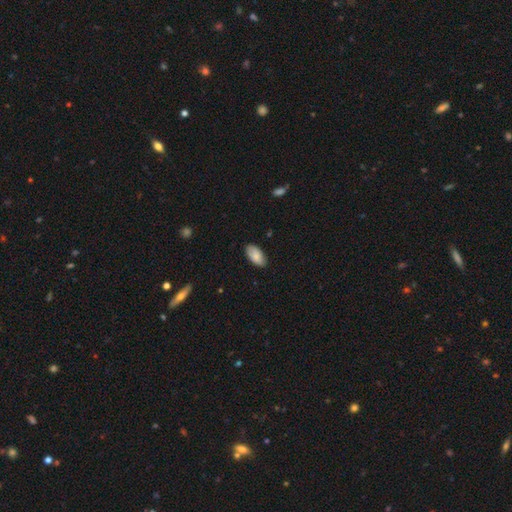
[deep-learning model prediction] Smooth or featured?
  - smooth: 85% *
  - featured or disk: 8%
  - star or artifact: 6%
How rounded?
  - in between: 95% *
  - cigar-shaped: 3%
  - round: 2%
Merging?
  - none: 85% *
  - minor disturbance: 12%
  - major disturbance: 2%
  - merger: 1%